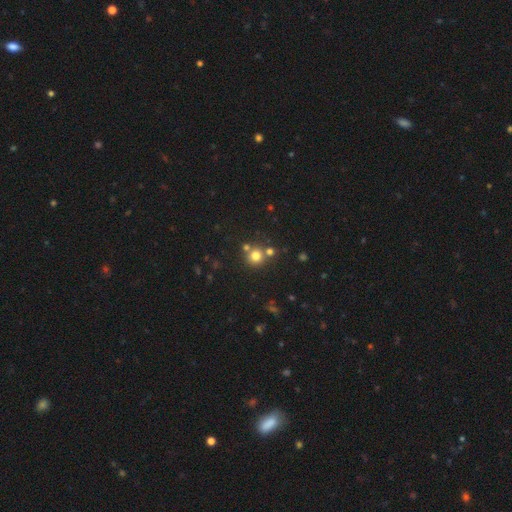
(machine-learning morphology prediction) smooth 76%, star or artifact 16%, featured or disk 8%. Down the decision tree: how rounded — round (92%); merging — none (68%).